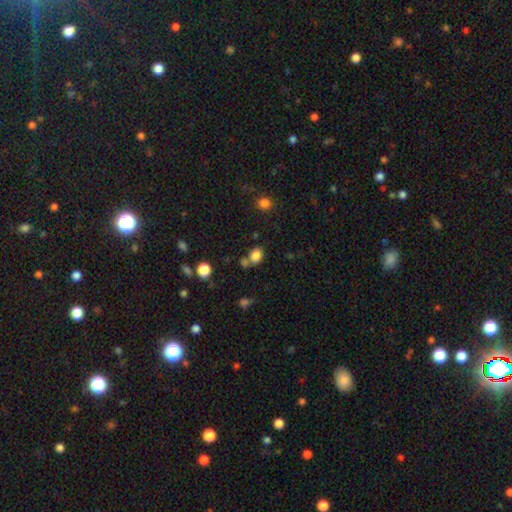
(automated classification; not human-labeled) A smooth galaxy with no disk features (82%) that is in between round and cigar-shaped (59%).

Vote fractions:
- Smooth or featured? smooth: 82% / star or artifact: 12% / featured or disk: 6%
- How rounded? in between: 59% / round: 39% / cigar-shaped: 1%
- Merging? none: 58% / merger: 25% / minor disturbance: 13% / major disturbance: 5%